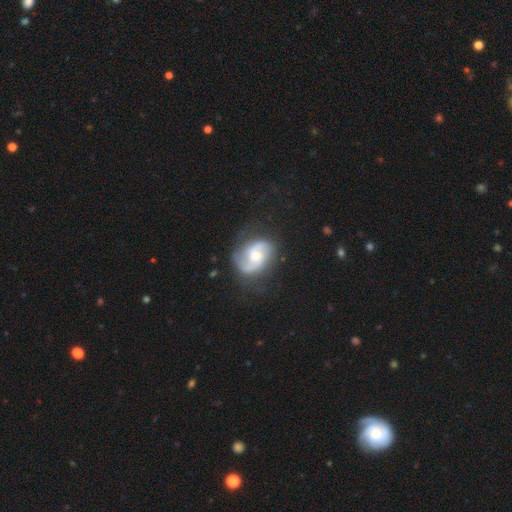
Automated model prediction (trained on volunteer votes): A featured or disk galaxy (85%) with no bar (57%), 2 (90%) medium (51%) spiral arms (96%) and a moderate central bulge (58%).

Vote fractions:
- Smooth or featured? featured or disk: 85% / smooth: 10% / star or artifact: 5%
- Edge-on disk? no: 98% / yes: 2%
- Bar? no: 57% / weak: 35% / strong: 8%
- Spiral arms? yes: 96% / no: 4%
- Spiral winding? medium: 51% / loose: 30% / tight: 19%
- Spiral arm count? 2: 90% / can't tell: 4% / 1: 2% / 3: 2% / 4: 1% / more than 4: 1%
- Bulge size? moderate: 58% / small: 37% / large: 3% / none: 1% / dominant: 1%
- Merging? none: 75% / minor disturbance: 16% / major disturbance: 7% / merger: 1%